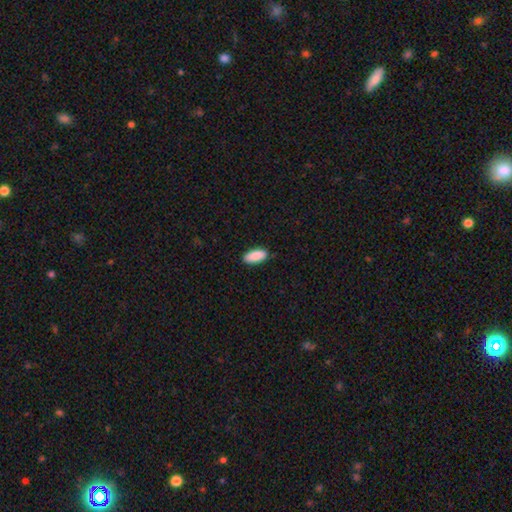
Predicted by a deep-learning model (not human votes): This is clearly a smooth galaxy (90%). How rounded: clearly in between (87%). Merging: clearly none (88%).